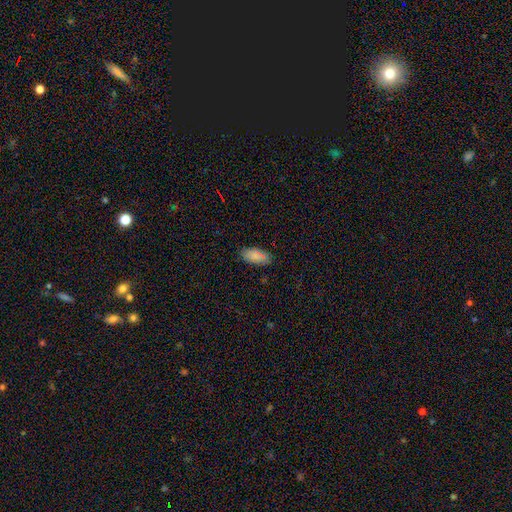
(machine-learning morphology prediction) Smooth or featured?
  - smooth: 84% *
  - star or artifact: 9%
  - featured or disk: 7%
How rounded?
  - in between: 90% *
  - cigar-shaped: 8%
  - round: 2%
Merging?
  - none: 85% *
  - minor disturbance: 12%
  - major disturbance: 2%
  - merger: 1%